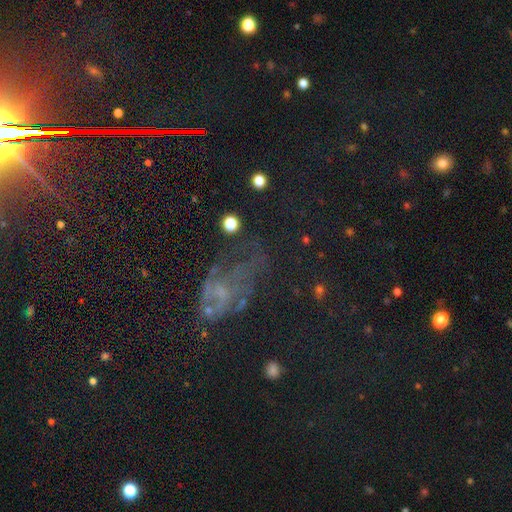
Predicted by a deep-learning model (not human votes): Overall: star or artifact (55%; featured or disk 24%).